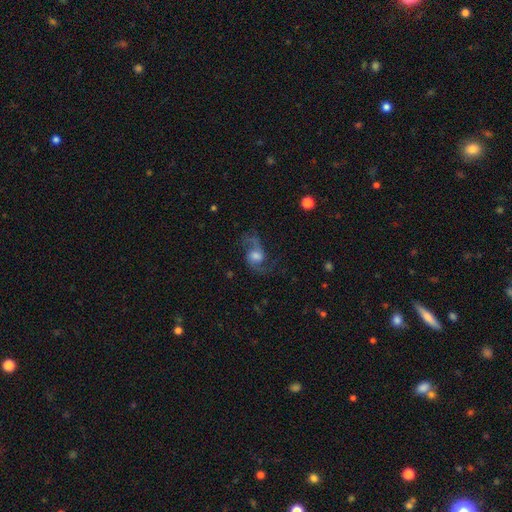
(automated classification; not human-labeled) Q: Smooth or featured?
A: featured or disk (78%); runner-up: smooth (14%)
Q: Edge-on disk?
A: no (97%); runner-up: yes (3%)
Q: Bar?
A: no (58%); runner-up: weak (36%)
Q: Spiral arms?
A: yes (95%); runner-up: no (5%)
Q: Spiral winding?
A: loose (61%); runner-up: medium (33%)
Q: Spiral arm count?
A: 2 (91%); runner-up: 1 (3%)
Q: Bulge size?
A: moderate (42%); runner-up: large (32%)
Q: Merging?
A: none (66%); runner-up: minor disturbance (17%)